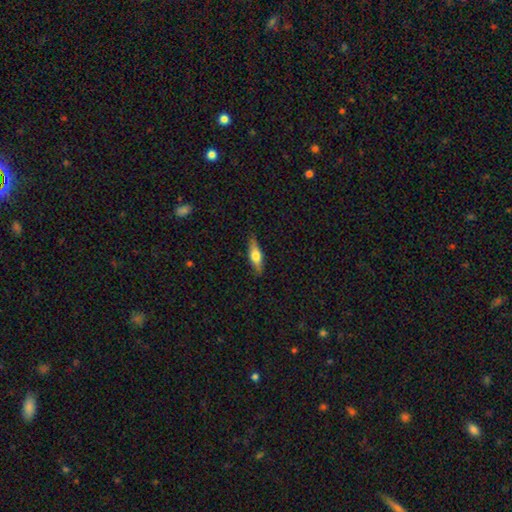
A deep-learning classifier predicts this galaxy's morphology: A smooth galaxy with no disk features (56%) that is in between round and cigar-shaped (50%). Merging: none (83%).